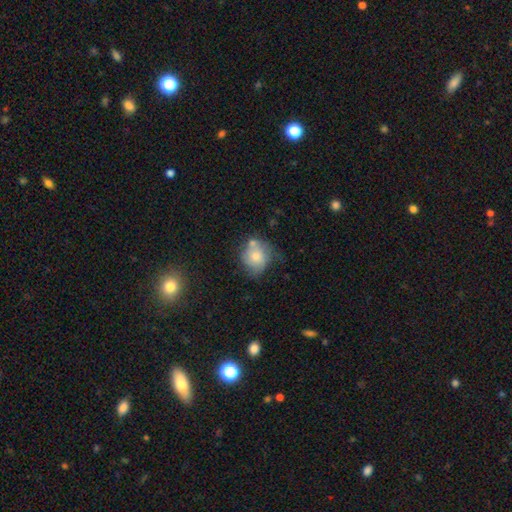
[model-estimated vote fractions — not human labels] Overall: smooth (64%; featured or disk 28%). How rounded: round (68%; in between 31%). Merging: none (40%; minor disturbance 28%).